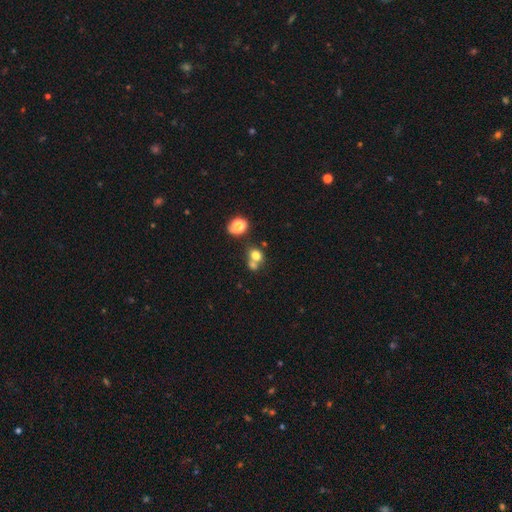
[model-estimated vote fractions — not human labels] A smooth galaxy with no disk features (74%) that is round (69%). Merging: merger (45%).